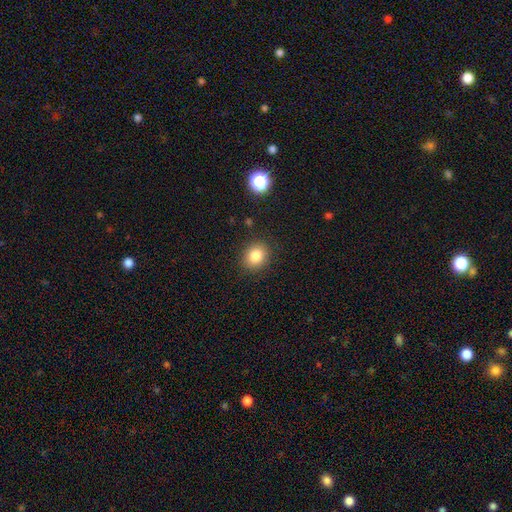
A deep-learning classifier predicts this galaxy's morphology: smooth_or_featured: smooth (p=0.83) [alt: star or artifact p=0.11]
how_rounded: round (p=0.67) [alt: in between p=0.32]
merging: none (p=0.88) [alt: minor disturbance p=0.08]